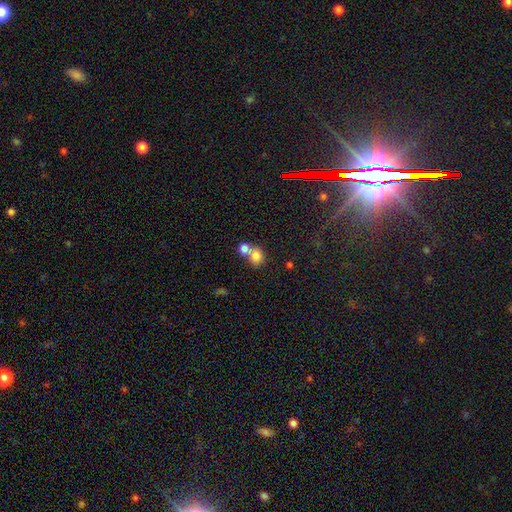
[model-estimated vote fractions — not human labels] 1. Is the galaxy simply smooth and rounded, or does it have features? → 79% smooth, 11% featured or disk, 10% star or artifact.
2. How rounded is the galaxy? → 71% round, 28% in between, 1% cigar-shaped.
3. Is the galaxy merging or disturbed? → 56% merger, 35% none, 6% minor disturbance, 3% major disturbance.